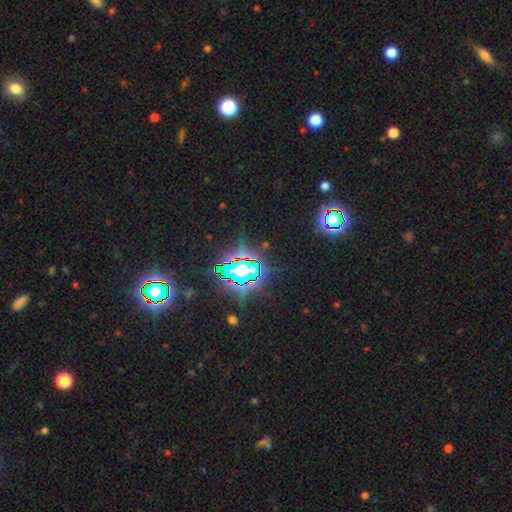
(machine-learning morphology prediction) Smooth or featured? star or artifact (81%)